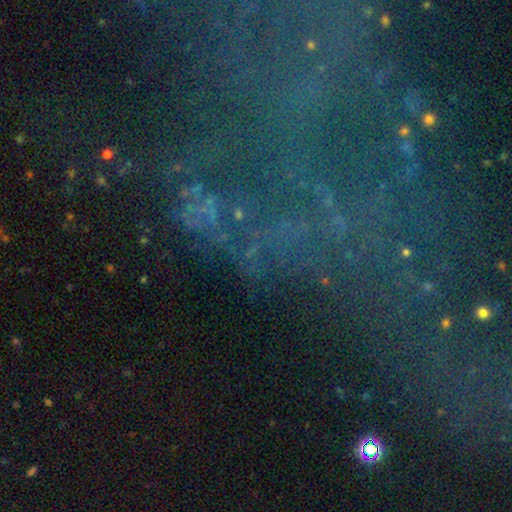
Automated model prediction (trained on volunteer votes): Morphology: type=star or artifact (63%).